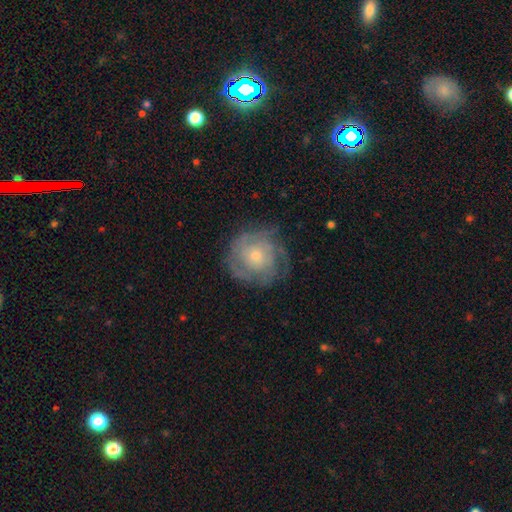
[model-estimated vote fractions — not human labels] smooth-or-featured: featured or disk: 69% | smooth: 24% | star or artifact: 7%
  disk-edge-on: no: 97% | yes: 3%
    bar: no: 82% | weak: 16% | strong: 2%
    has-spiral-arms: yes: 82% | no: 18%
      spiral-winding: tight: 66% | medium: 26% | loose: 8%
      spiral-arm-count: can't tell: 50% | 3: 15% | 2: 14% | 4: 10% | 1: 5% | more than 4: 5%
    bulge-size: small: 54% | moderate: 41% | large: 3% | none: 2% | dominant: 1%
  merging: none: 70% | minor disturbance: 19% | major disturbance: 10% | merger: 1%